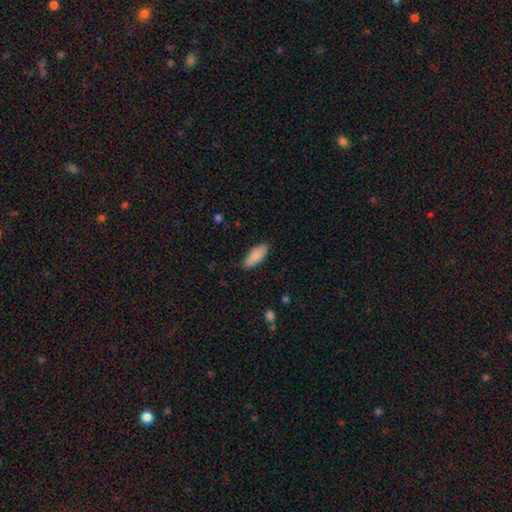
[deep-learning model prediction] This appears to be a smooth galaxy with no disk features (88%) that is in between round and cigar-shaped (77%). Merging: none (87%).